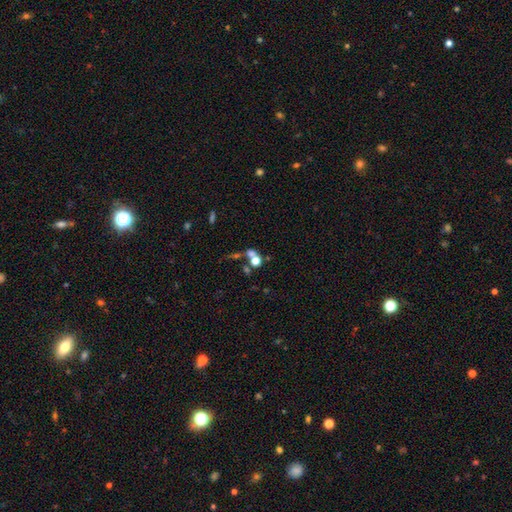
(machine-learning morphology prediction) This is possibly a star or artifact rather than a galaxy (51%).